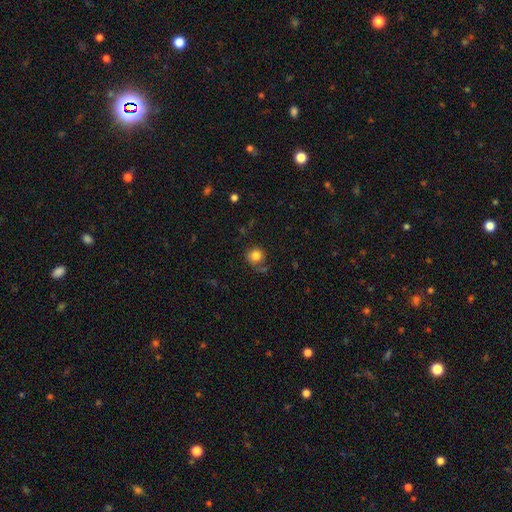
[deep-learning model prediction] The model was most divided on "merging": none: 66%, minor disturbance: 18%, major disturbance: 9%, merger: 7%. More confident: how rounded — round (90%); smooth or featured — smooth (82%).